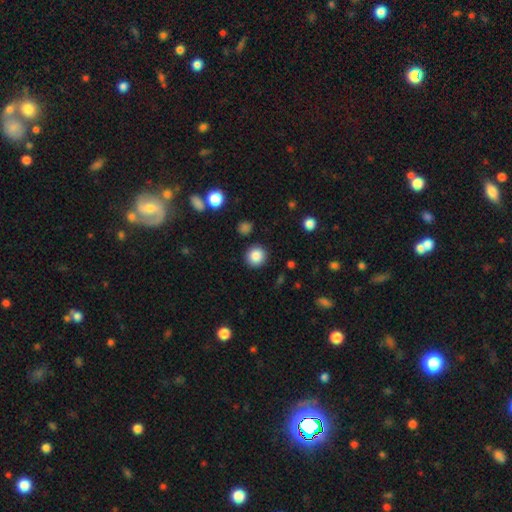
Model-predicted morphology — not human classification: type=smooth (86%); roundness=round (91%); merging=none (91%).